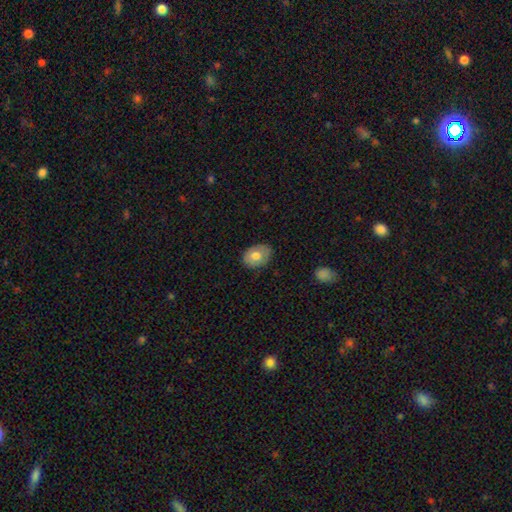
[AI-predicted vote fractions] Smooth or featured? smooth (70%)
How rounded? in between (71%)
Merging? none (82%)